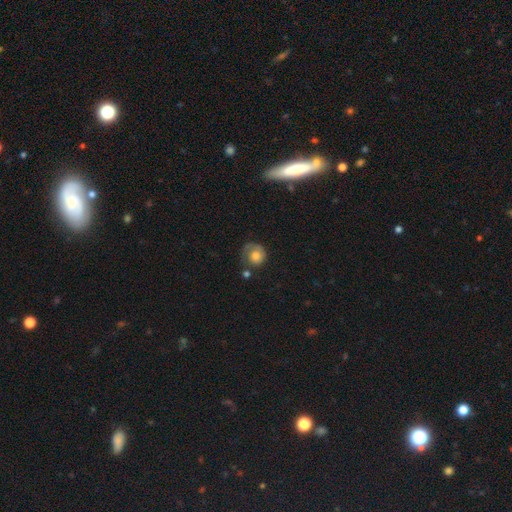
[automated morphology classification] Smooth or featured: smooth — 58% (featured or disk — 34%)
How rounded: round — 82% (in between — 17%)
Merging: none — 46% (minor disturbance — 24%)